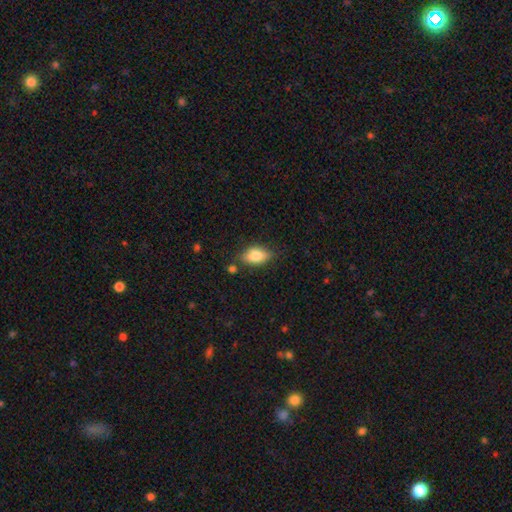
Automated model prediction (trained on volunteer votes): Q: Smooth or featured?
A: smooth (75%); runner-up: featured or disk (18%)
Q: How rounded?
A: in between (87%); runner-up: round (7%)
Q: Merging?
A: none (76%); runner-up: minor disturbance (16%)